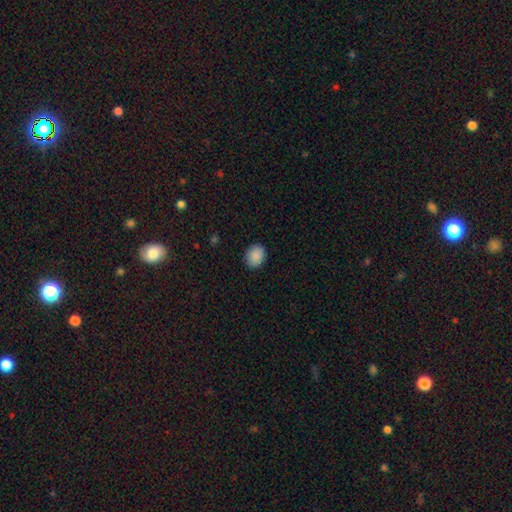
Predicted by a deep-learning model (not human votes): This is clearly a smooth galaxy (89%). How rounded: possibly in between (50%). Merging: clearly none (88%).